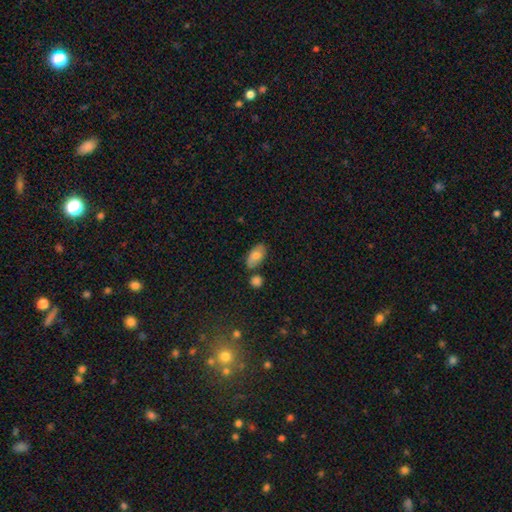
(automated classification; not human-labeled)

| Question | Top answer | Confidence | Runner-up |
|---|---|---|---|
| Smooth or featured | smooth | 76% | featured or disk (17%) |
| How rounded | in between | 92% | round (5%) |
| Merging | none | 66% | minor disturbance (18%) |